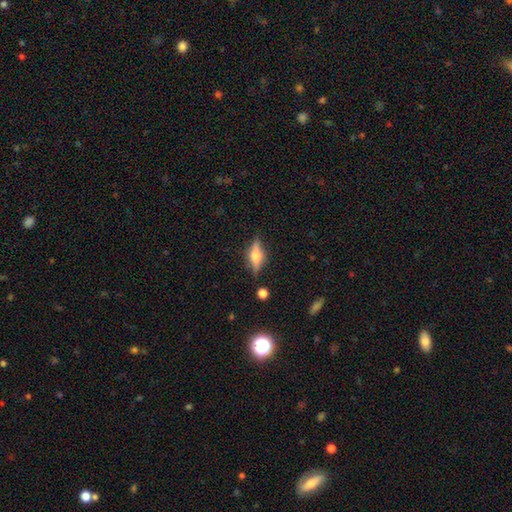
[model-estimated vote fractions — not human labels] featured or disk 60%, smooth 32%, star or artifact 8%. Down the decision tree: edge-on disk — yes (92%); edge-on bulge — rounded (92%); merging — none (81%).